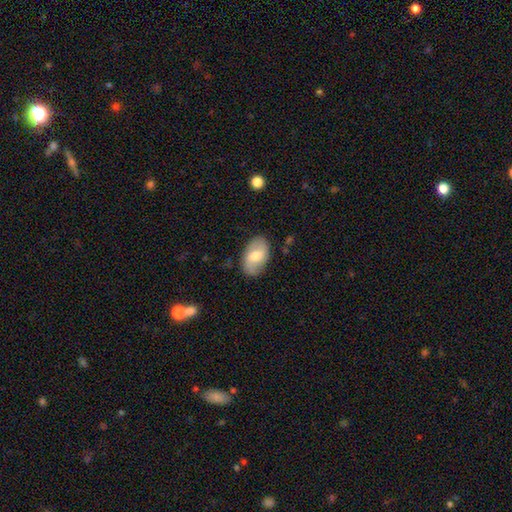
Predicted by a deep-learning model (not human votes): Smooth or featured? Predicted: smooth (p=0.48). Merging? Predicted: none (p=0.82).